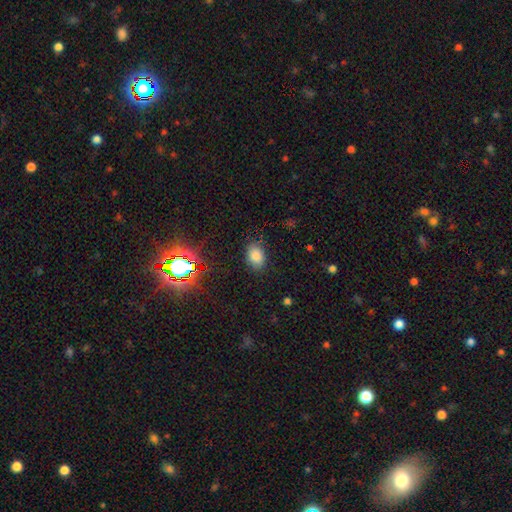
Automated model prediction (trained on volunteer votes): This is likely a smooth galaxy (79%). How rounded: clearly in between (82%). Merging: clearly none (84%).